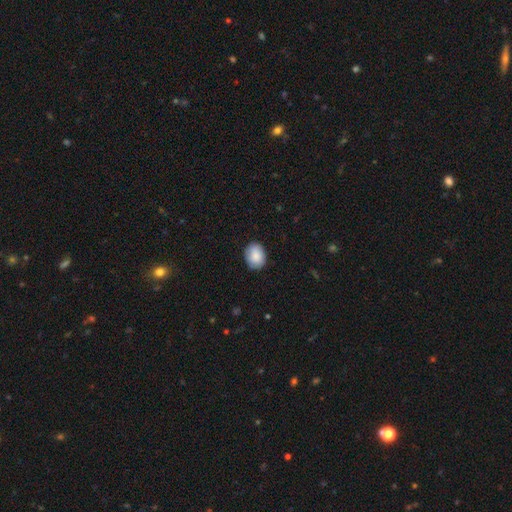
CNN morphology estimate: Q: Smooth or featured?
A: smooth (87%); runner-up: featured or disk (7%)
Q: How rounded?
A: in between (58%); runner-up: round (41%)
Q: Merging?
A: none (83%); runner-up: minor disturbance (14%)